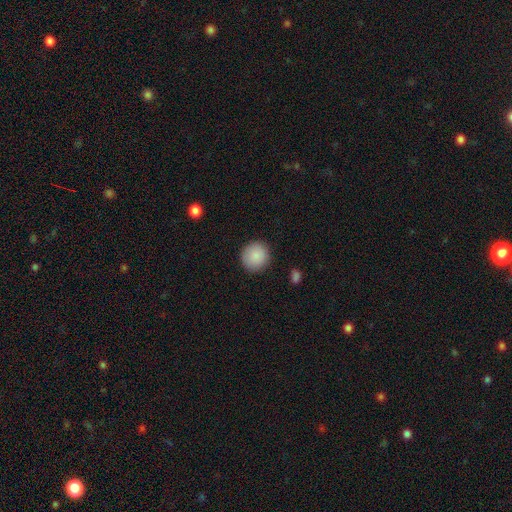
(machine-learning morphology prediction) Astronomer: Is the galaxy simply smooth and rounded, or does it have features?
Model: smooth — 88%.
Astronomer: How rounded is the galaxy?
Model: round — 92%.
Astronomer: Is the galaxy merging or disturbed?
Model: none — 90%.